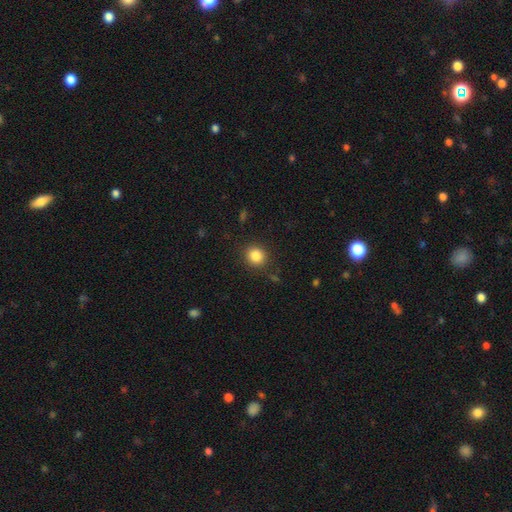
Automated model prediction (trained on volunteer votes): Smooth or featured: smooth — 85% (star or artifact — 10%)
How rounded: round — 86% (in between — 13%)
Merging: none — 88% (minor disturbance — 8%)